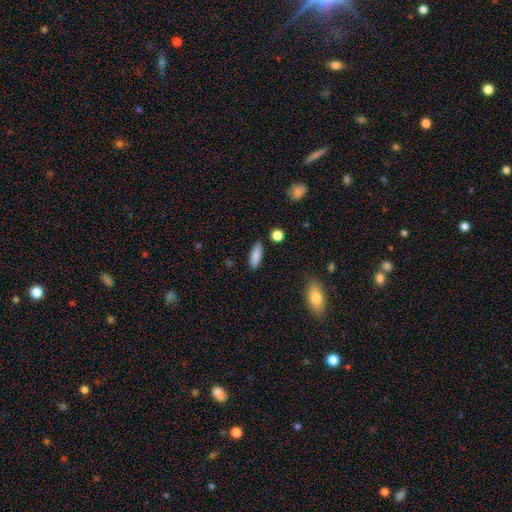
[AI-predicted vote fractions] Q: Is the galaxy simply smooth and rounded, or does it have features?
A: smooth — 86%.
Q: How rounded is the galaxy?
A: in between — 62%.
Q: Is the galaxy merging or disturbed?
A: none — 86%.